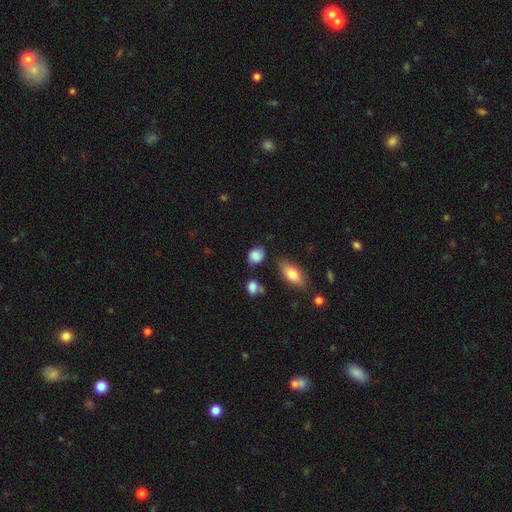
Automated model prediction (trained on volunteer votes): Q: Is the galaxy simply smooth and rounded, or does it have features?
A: smooth — 86%.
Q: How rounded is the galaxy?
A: round — 52%.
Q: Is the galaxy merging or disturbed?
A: none — 70%.